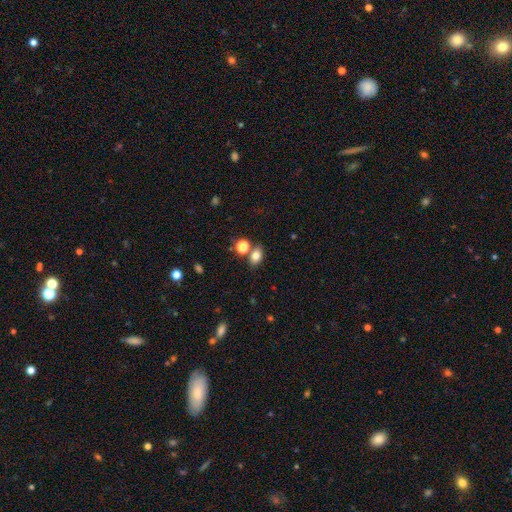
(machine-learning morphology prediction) Smooth or featured?
  - smooth: 79% *
  - star or artifact: 12%
  - featured or disk: 8%
How rounded?
  - in between: 69% *
  - round: 30%
  - cigar-shaped: 1%
Merging?
  - none: 67% *
  - merger: 18%
  - minor disturbance: 11%
  - major disturbance: 4%